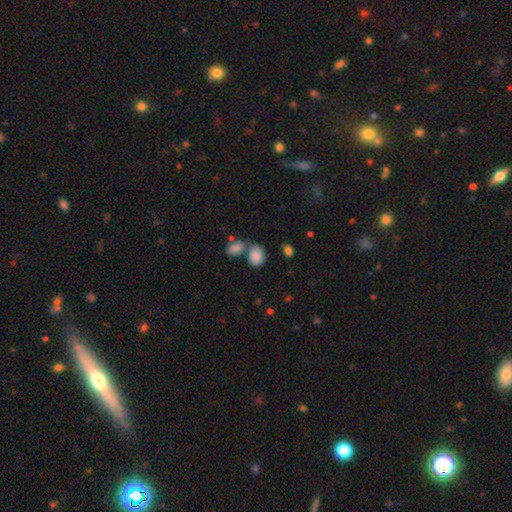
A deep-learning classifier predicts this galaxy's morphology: smooth_or_featured: smooth (p=0.86) [alt: star or artifact p=0.08]
how_rounded: in between (p=0.70) [alt: round p=0.29]
merging: none (p=0.46) [alt: merger p=0.37]